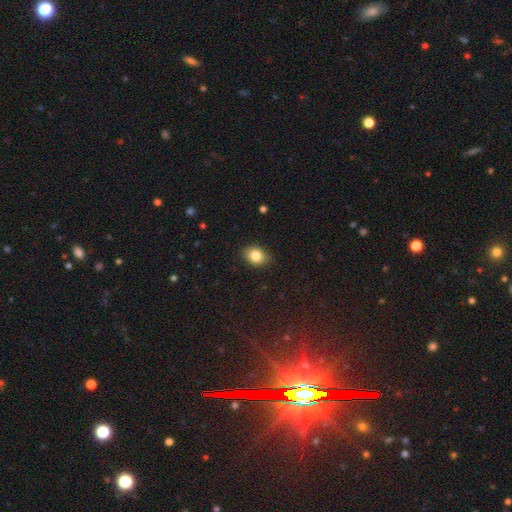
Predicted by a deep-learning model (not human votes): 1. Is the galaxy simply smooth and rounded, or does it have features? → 83% smooth, 9% star or artifact, 8% featured or disk.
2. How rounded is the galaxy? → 65% in between, 34% round, 1% cigar-shaped.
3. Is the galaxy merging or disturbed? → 85% none, 12% minor disturbance, 2% major disturbance, 1% merger.